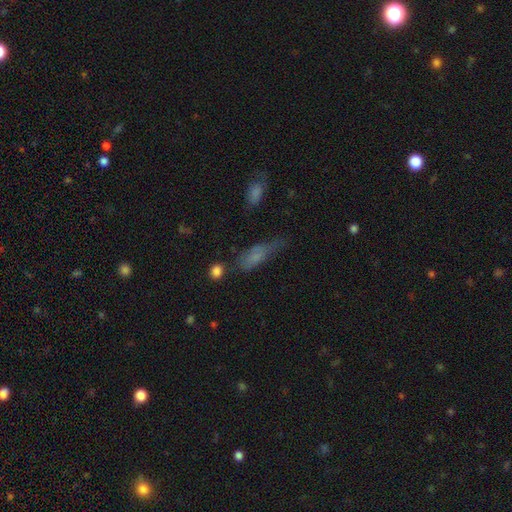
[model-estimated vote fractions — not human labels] smooth_or_featured: smooth (p=0.65) [alt: featured or disk p=0.20]
how_rounded: in between (p=0.58) [alt: cigar-shaped p=0.37]
merging: none (p=0.37) [alt: minor disturbance p=0.32]